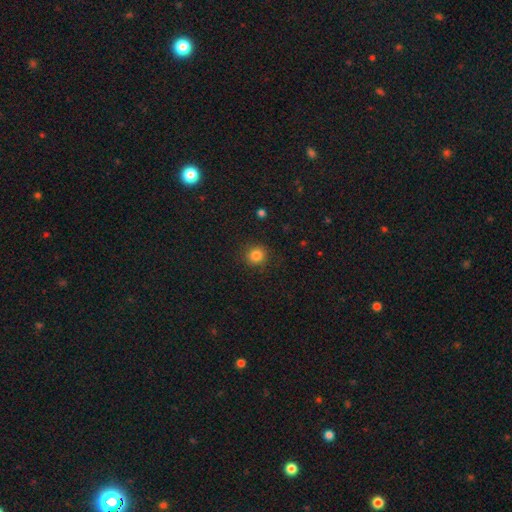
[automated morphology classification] smooth 83%, star or artifact 12%, featured or disk 5%. Down the decision tree: how rounded — round (91%); merging — none (89%).